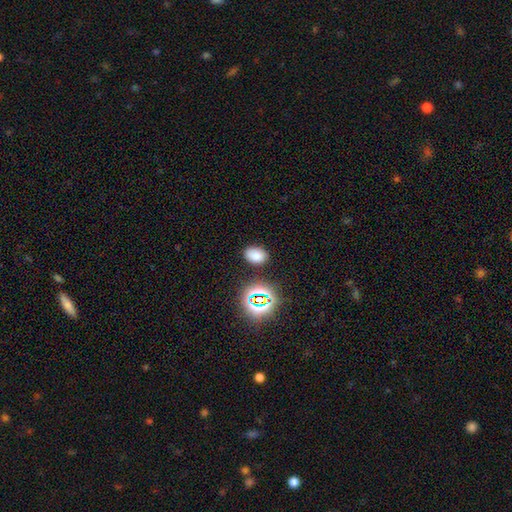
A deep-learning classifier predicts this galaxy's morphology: A smooth galaxy with no disk features (75%) that is in between round and cigar-shaped (80%).

Vote fractions:
- Smooth or featured? smooth: 75% / star or artifact: 19% / featured or disk: 7%
- How rounded? in between: 80% / round: 18% / cigar-shaped: 1%
- Merging? none: 84% / minor disturbance: 10% / major disturbance: 3% / merger: 3%